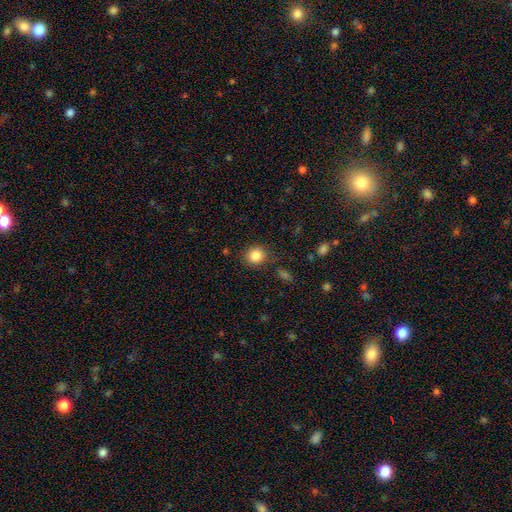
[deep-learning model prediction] Overall: smooth (85%). How rounded: round (84%). Merging: none (86%).